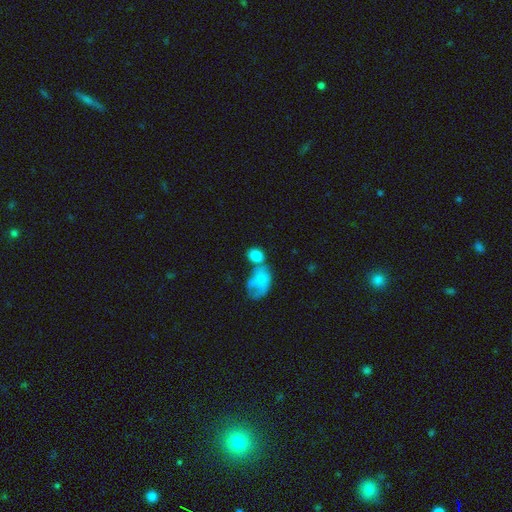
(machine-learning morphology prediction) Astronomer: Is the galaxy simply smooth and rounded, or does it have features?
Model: smooth — 81%.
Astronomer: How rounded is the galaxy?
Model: in between — 55% (runner-up: round, 43%).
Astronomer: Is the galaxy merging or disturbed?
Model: merger — 44% (runner-up: none, 34%).